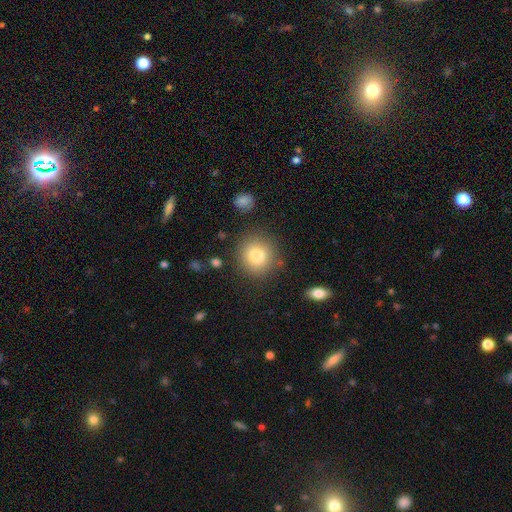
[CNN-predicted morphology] smooth 81%, star or artifact 10%, featured or disk 9%. Down the decision tree: how rounded — round (89%); merging — none (84%).